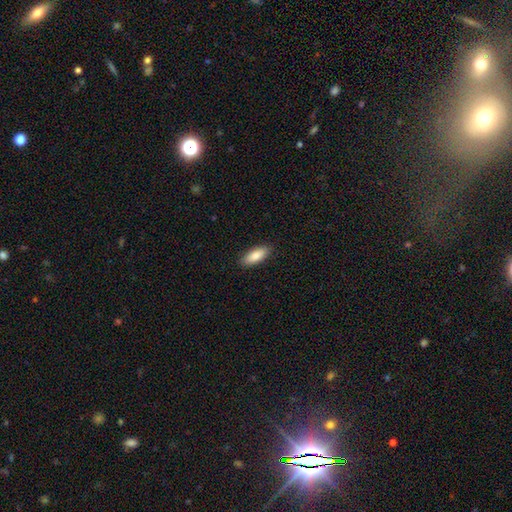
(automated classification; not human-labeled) Q: Smooth or featured?
A: smooth (85%); runner-up: featured or disk (9%)
Q: How rounded?
A: in between (78%); runner-up: cigar-shaped (20%)
Q: Merging?
A: none (89%); runner-up: minor disturbance (9%)